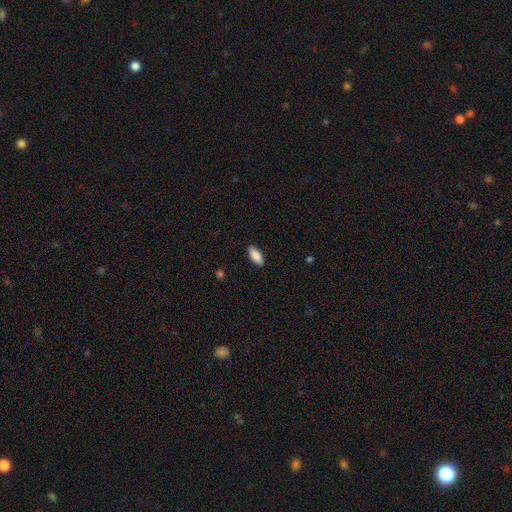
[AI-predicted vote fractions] Smooth or featured? Predicted: smooth (p=0.85). How rounded? Predicted: in between (p=0.81). Merging? Predicted: none (p=0.90).